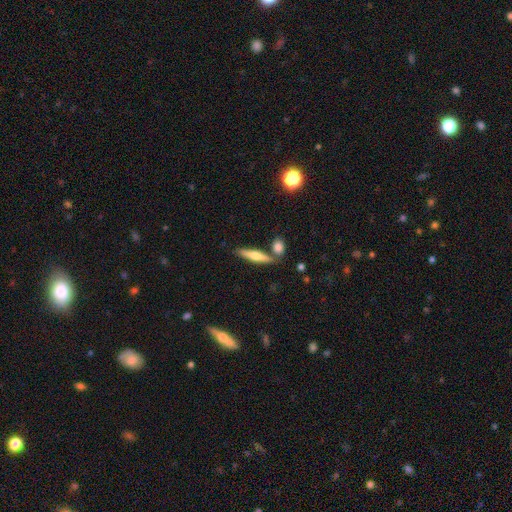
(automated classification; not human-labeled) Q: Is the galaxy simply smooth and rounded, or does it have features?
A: smooth — 52%.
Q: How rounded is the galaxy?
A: cigar-shaped — 80%.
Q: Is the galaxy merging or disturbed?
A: none — 74%.